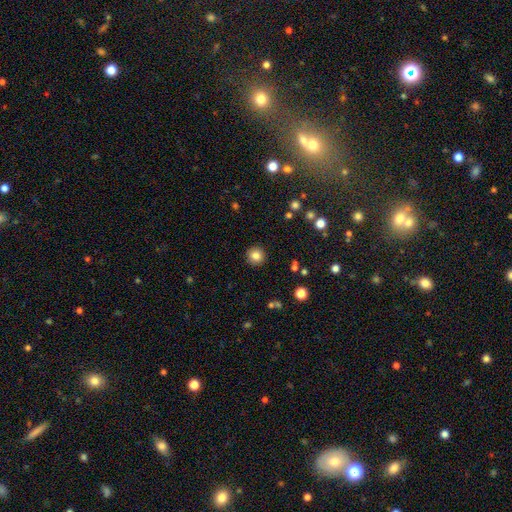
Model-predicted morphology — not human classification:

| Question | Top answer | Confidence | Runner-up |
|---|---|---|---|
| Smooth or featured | smooth | 83% | star or artifact (10%) |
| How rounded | round | 94% | in between (5%) |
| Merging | none | 91% | minor disturbance (5%) |